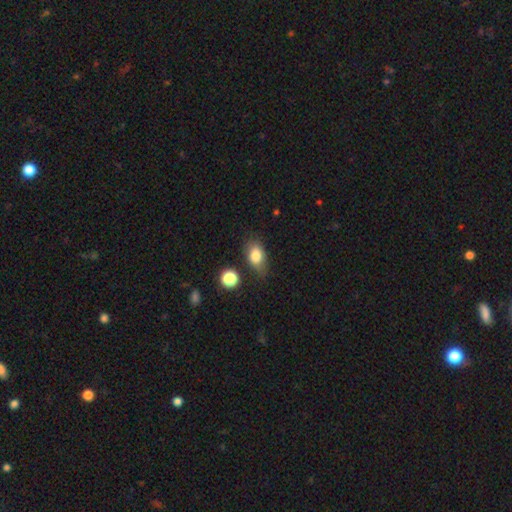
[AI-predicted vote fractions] Overall: smooth (80%). How rounded: in between (82%). Merging: none (69%).